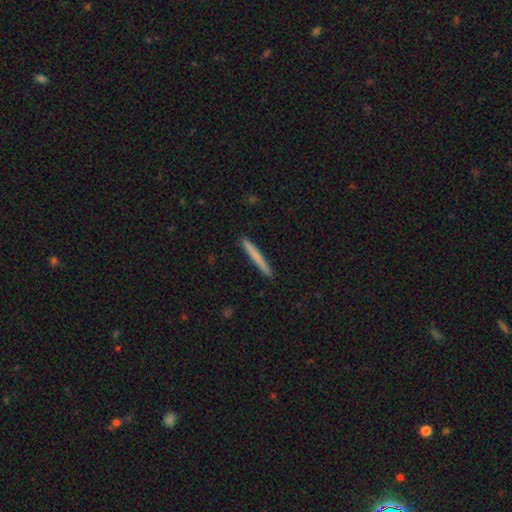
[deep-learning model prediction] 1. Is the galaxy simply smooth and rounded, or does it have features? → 72% smooth, 23% featured or disk, 6% star or artifact.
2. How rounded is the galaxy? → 97% cigar-shaped, 2% in between, 1% round.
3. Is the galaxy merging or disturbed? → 92% none, 6% minor disturbance, 1% major disturbance, 1% merger.